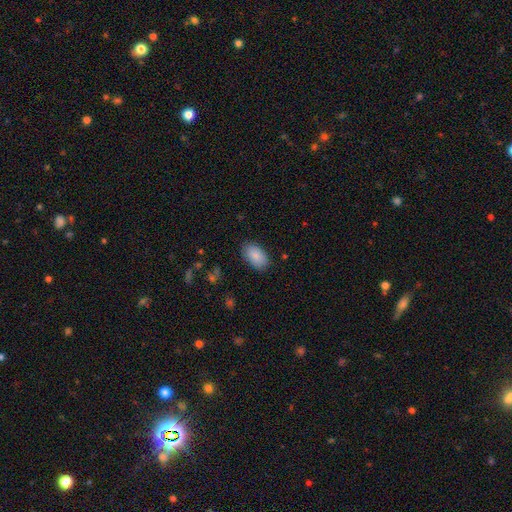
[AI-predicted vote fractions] Smooth or featured: smooth — 86% (featured or disk — 8%)
How rounded: in between — 94% (round — 5%)
Merging: none — 85% (minor disturbance — 11%)